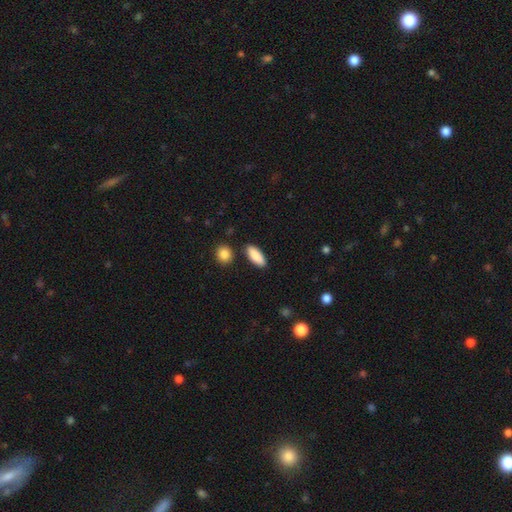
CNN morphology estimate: A smooth galaxy with no disk features (89%) that is in between round and cigar-shaped (71%).

Vote fractions:
- Smooth or featured? smooth: 89% / star or artifact: 6% / featured or disk: 6%
- How rounded? in between: 71% / cigar-shaped: 26% / round: 2%
- Merging? none: 87% / minor disturbance: 8% / merger: 3% / major disturbance: 2%